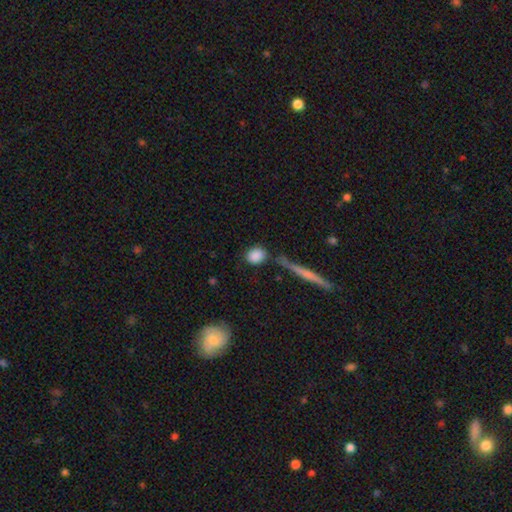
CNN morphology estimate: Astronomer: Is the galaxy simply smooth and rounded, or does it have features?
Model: smooth — 86%.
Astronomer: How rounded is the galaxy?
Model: round — 56% (runner-up: in between, 39%).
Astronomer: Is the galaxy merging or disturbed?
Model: none — 74%.